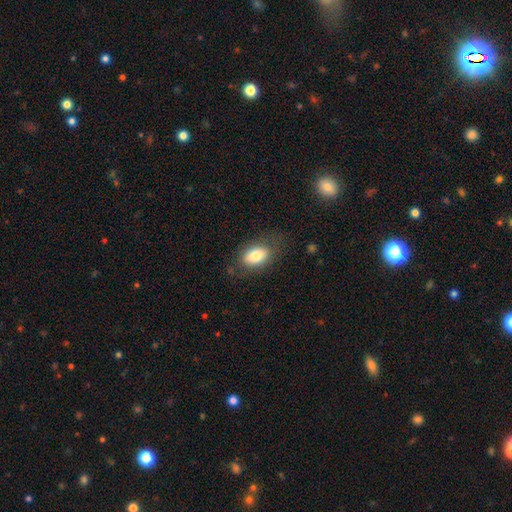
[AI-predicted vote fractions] The model was most divided on "merging": none: 75%, minor disturbance: 16%, major disturbance: 8%, merger: 1%. More confident: how rounded — in between (89%); smooth or featured — smooth (78%).